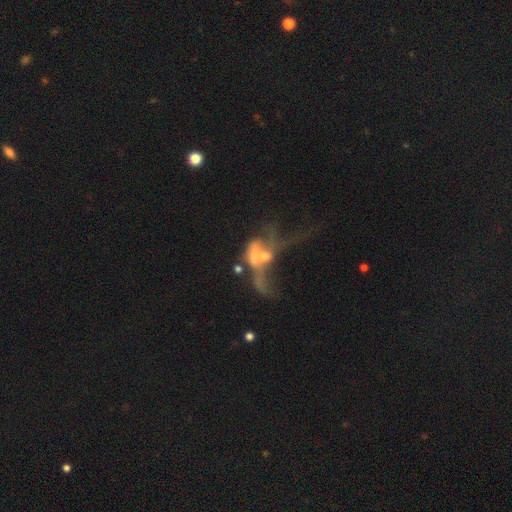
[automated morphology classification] Overall: featured or disk (61%; smooth 25%). Edge-on disk: no (92%). Bar: no (77%). Spiral arms: no (74%). Bulge size: moderate (34%; small 29%). Merging: merger (55%; major disturbance 30%).